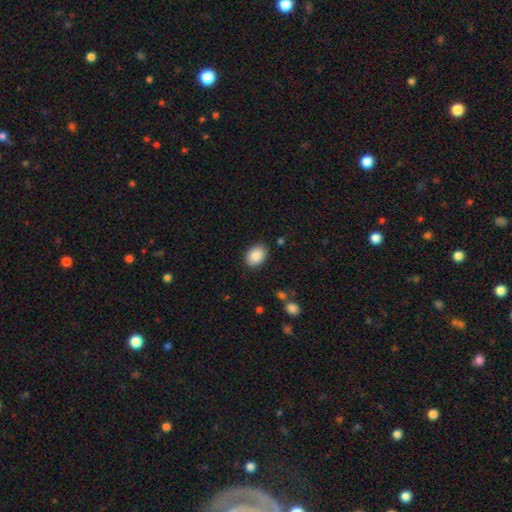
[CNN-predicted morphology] Overall: smooth (89%). How rounded: in between (74%). Merging: none (87%).